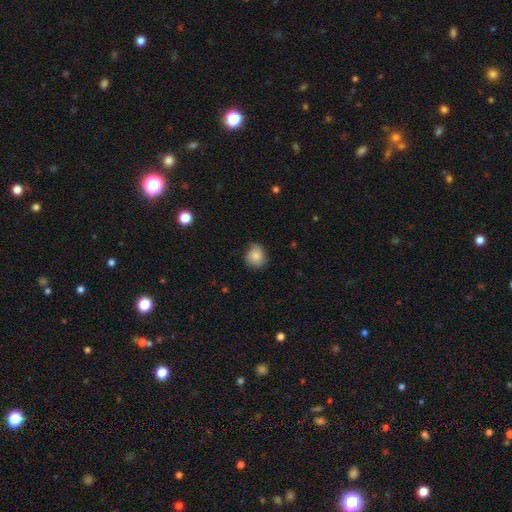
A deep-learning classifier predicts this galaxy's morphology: smooth 83%, featured or disk 9%, star or artifact 8%. Down the decision tree: how rounded — round (76%); merging — none (73%).